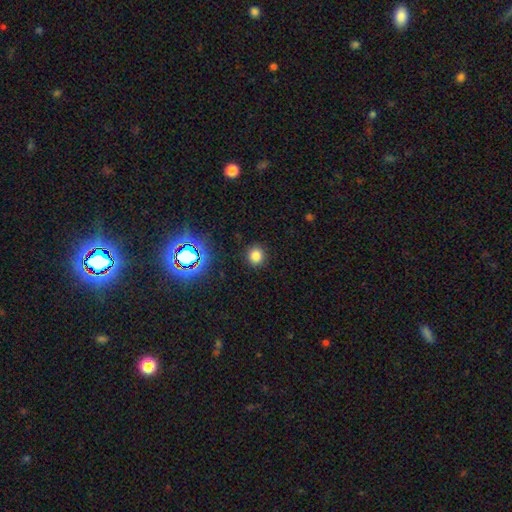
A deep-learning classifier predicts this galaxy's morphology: Q: Smooth or featured?
A: smooth (77%); runner-up: star or artifact (18%)
Q: How rounded?
A: round (85%); runner-up: in between (14%)
Q: Merging?
A: none (90%); runner-up: minor disturbance (7%)